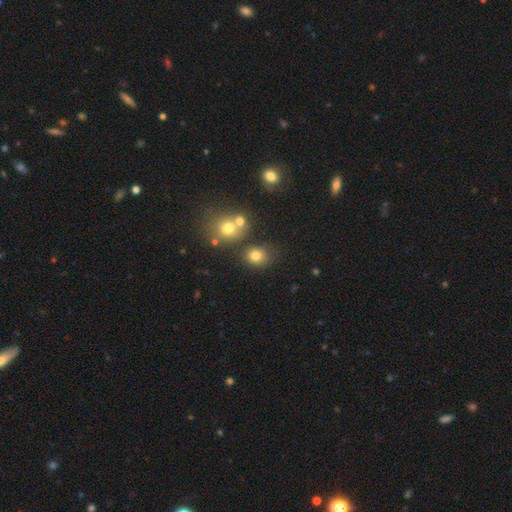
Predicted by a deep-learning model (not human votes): Smooth or featured: smooth — 76% (star or artifact — 15%)
How rounded: round — 70% (in between — 29%)
Merging: none — 67% (merger — 14%)